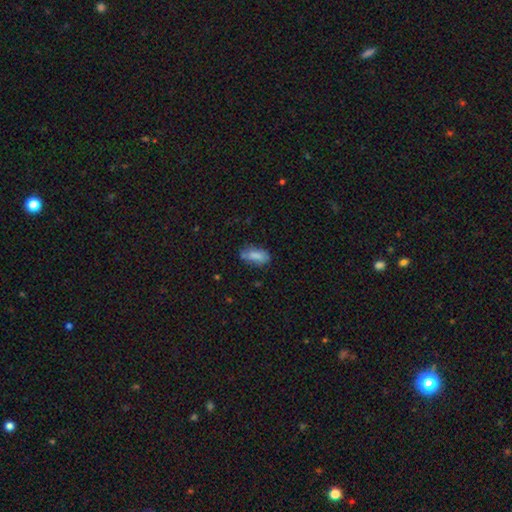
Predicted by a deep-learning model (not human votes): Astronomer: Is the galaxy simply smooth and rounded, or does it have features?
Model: smooth — 78%.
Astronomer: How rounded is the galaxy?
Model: in between — 84%.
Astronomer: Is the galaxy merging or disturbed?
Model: none — 57%.